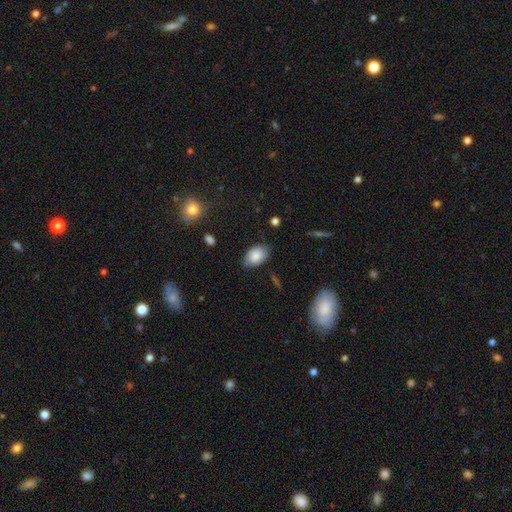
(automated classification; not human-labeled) Smooth or featured? Predicted: smooth (p=0.78). How rounded? Predicted: in between (p=0.90). Merging? Predicted: none (p=0.75).